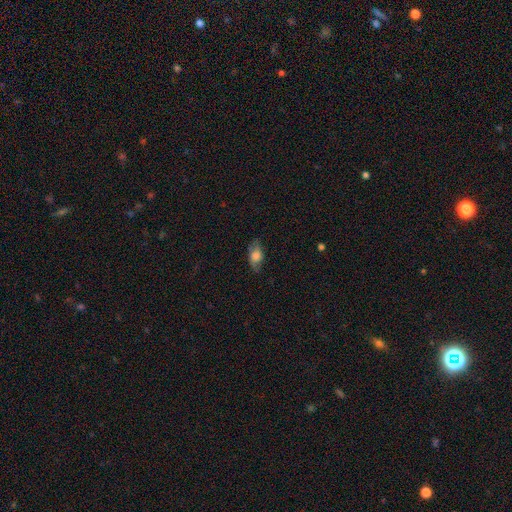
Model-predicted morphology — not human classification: A smooth galaxy with no disk features (59%) that is in between round and cigar-shaped (83%). Merging: none (70%).